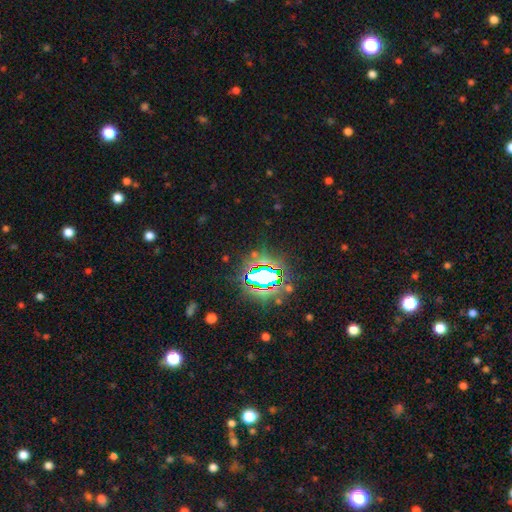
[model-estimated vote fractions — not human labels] A star or artifact, not a galaxy (76%).

Vote fractions:
- Smooth or featured? star or artifact: 76% / smooth: 15% / featured or disk: 9%